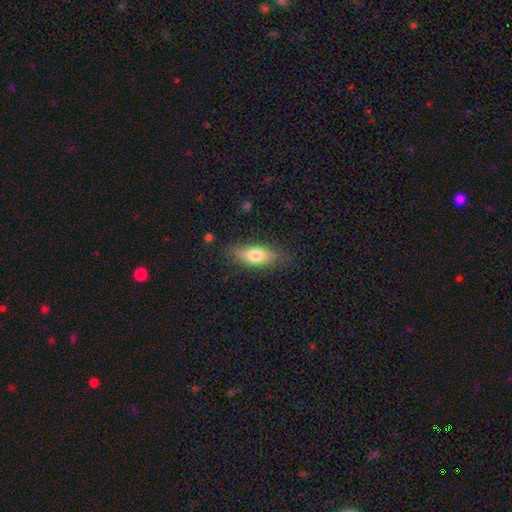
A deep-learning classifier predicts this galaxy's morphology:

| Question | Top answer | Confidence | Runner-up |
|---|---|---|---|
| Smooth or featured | smooth | 75% | featured or disk (18%) |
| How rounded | in between | 72% | cigar-shaped (25%) |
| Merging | none | 80% | minor disturbance (15%) |